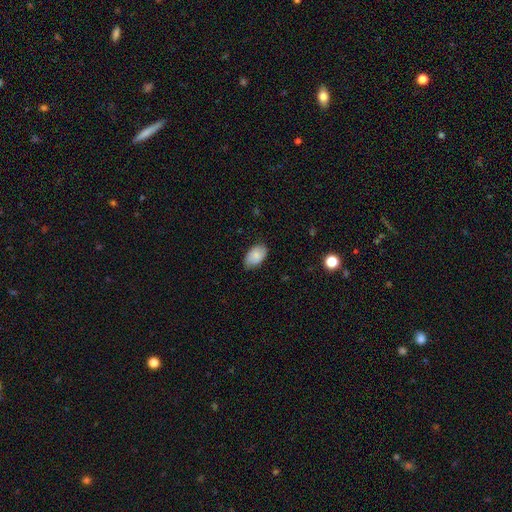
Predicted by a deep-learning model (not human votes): smooth-or-featured: smooth: 84% | featured or disk: 10% | star or artifact: 7%
  how-rounded: in between: 93% | round: 6% | cigar-shaped: 1%
  merging: none: 78% | minor disturbance: 18% | major disturbance: 3% | merger: 1%